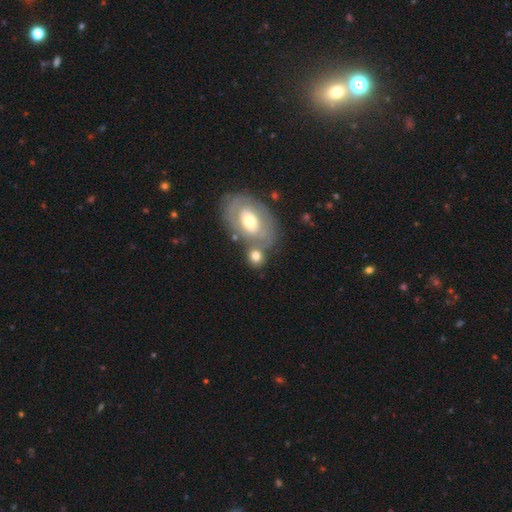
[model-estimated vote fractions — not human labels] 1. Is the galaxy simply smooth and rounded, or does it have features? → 57% smooth, 35% featured or disk, 8% star or artifact.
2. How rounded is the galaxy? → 53% round, 45% in between, 2% cigar-shaped.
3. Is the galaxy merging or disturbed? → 48% none, 33% merger, 13% minor disturbance, 6% major disturbance.